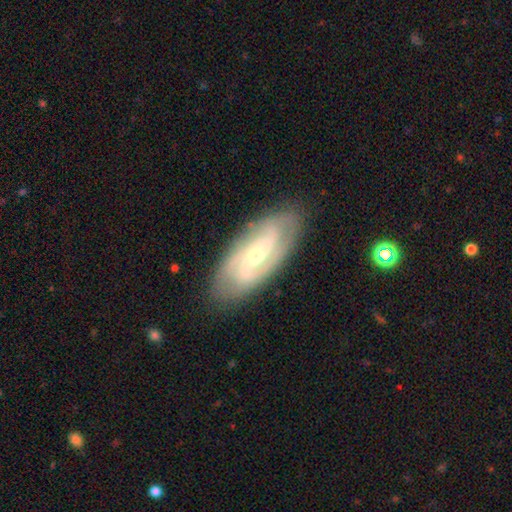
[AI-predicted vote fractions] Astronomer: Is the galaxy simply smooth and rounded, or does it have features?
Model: featured or disk — 85%.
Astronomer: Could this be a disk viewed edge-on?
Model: no — 93%.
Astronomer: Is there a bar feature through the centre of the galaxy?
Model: weak — 45% (runner-up: no, 29%).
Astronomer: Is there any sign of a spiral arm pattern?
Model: yes — 95%.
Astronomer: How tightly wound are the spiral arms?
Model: medium — 45% (runner-up: tight, 37%).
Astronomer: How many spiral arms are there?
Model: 2 — 61%.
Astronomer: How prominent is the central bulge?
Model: small — 64%.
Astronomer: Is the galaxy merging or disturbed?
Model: none — 83%.